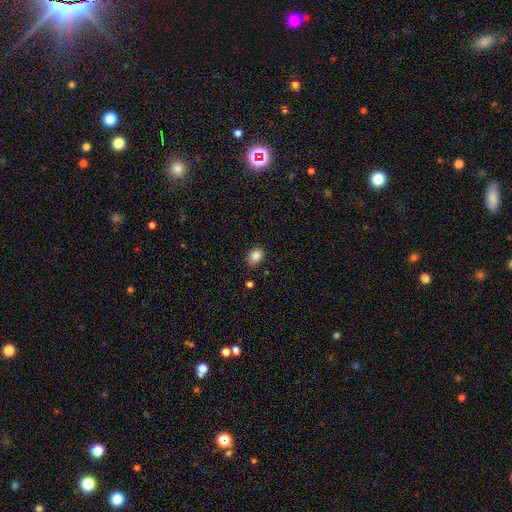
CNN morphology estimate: smooth_or_featured: smooth (p=0.86) [alt: star or artifact p=0.10]
how_rounded: in between (p=0.60) [alt: round p=0.39]
merging: none (p=0.77) [alt: minor disturbance p=0.18]